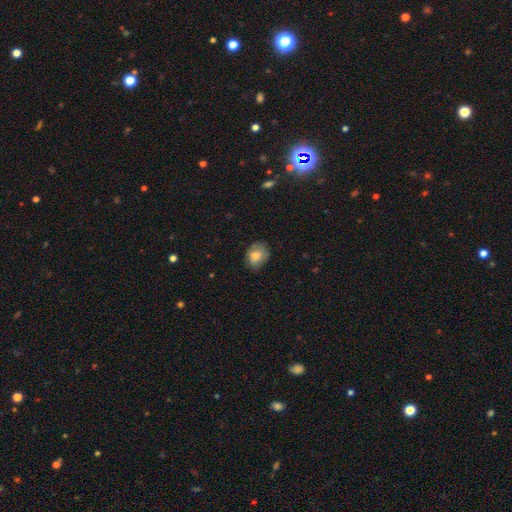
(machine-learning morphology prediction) Smooth or featured? smooth (78%)
How rounded? in between (59%)
Merging? none (67%)